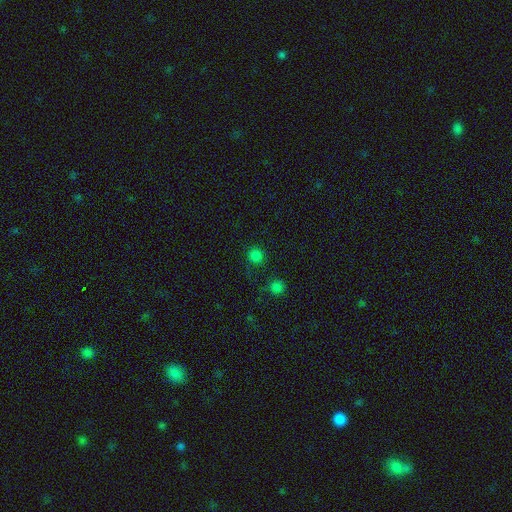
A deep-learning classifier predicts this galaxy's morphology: This appears to be a smooth galaxy with no disk features (76%) that is round (92%). Merging: none (80%).